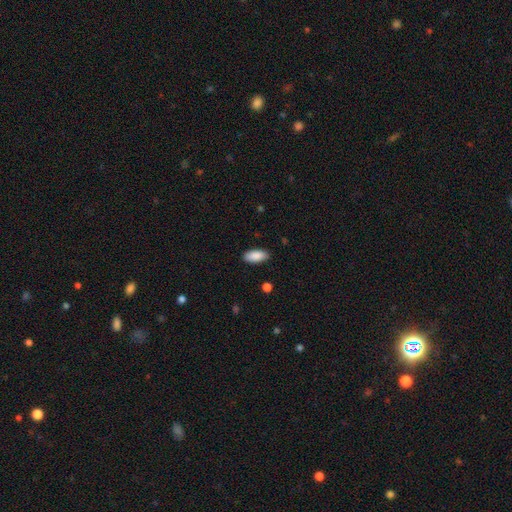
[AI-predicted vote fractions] smooth-or-featured: smooth: 90% | star or artifact: 6% | featured or disk: 4%
  how-rounded: in between: 89% | cigar-shaped: 9% | round: 2%
  merging: none: 88% | minor disturbance: 9% | major disturbance: 2% | merger: 1%